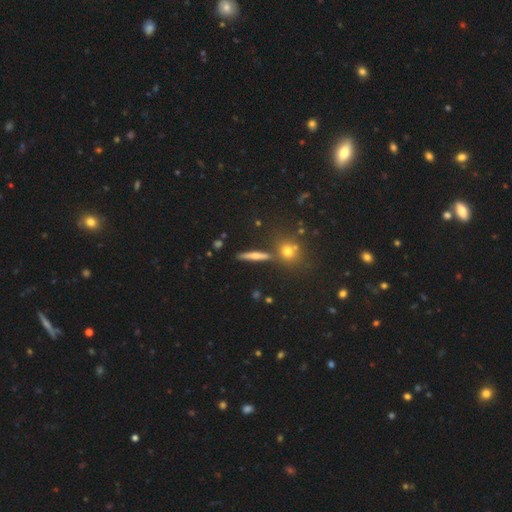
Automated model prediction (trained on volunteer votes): Q: Smooth or featured?
A: featured or disk (43%); tied with: smooth (43%)
Q: Merging?
A: none (82%); runner-up: minor disturbance (9%)